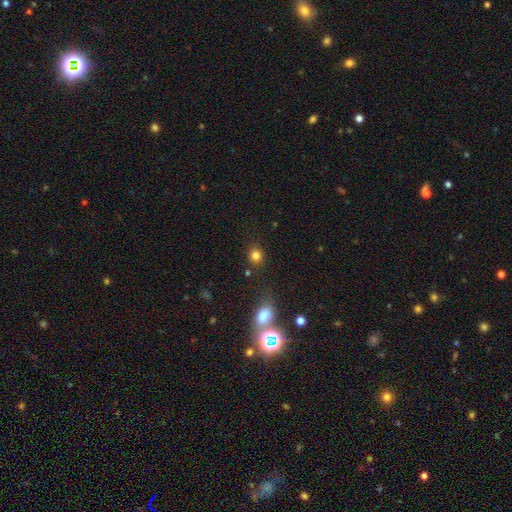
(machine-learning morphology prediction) The model was most divided on "how rounded": round: 82%, in between: 17%, cigar-shaped: 1%. More confident: merging — none (82%); smooth or featured — smooth (81%).